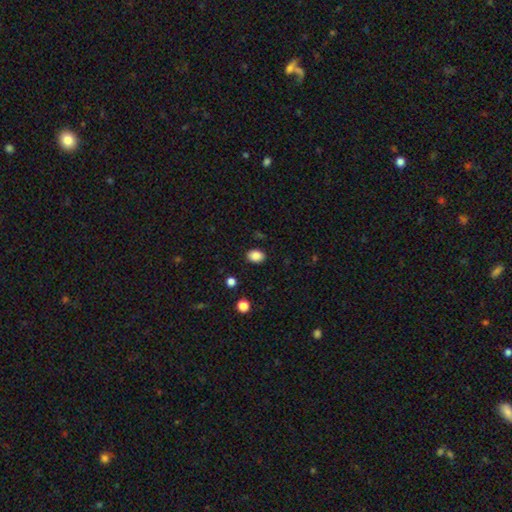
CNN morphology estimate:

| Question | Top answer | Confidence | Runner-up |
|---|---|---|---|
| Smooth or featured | smooth | 87% | star or artifact (9%) |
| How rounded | in between | 68% | round (31%) |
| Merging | none | 87% | minor disturbance (9%) |